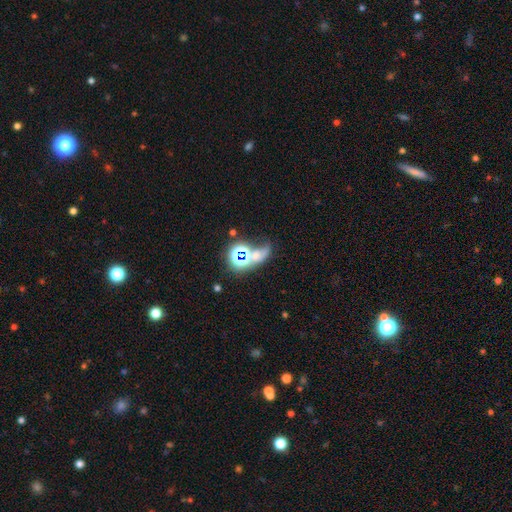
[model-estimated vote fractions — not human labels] Smooth or featured: star or artifact — 43% (smooth — 36%)